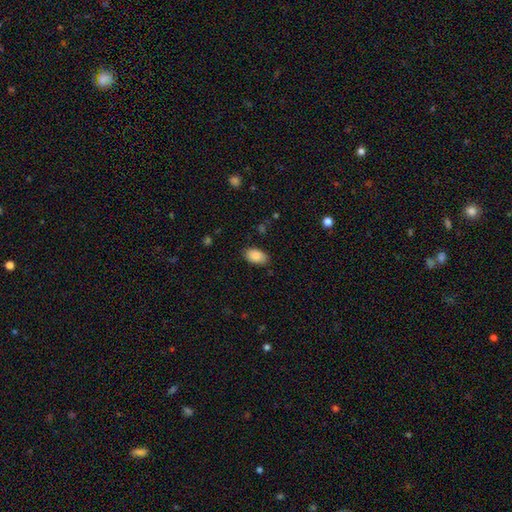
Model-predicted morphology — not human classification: smooth-or-featured: smooth: 88% | star or artifact: 7% | featured or disk: 5%
  how-rounded: in between: 93% | round: 5% | cigar-shaped: 1%
  merging: none: 83% | minor disturbance: 13% | major disturbance: 3% | merger: 1%